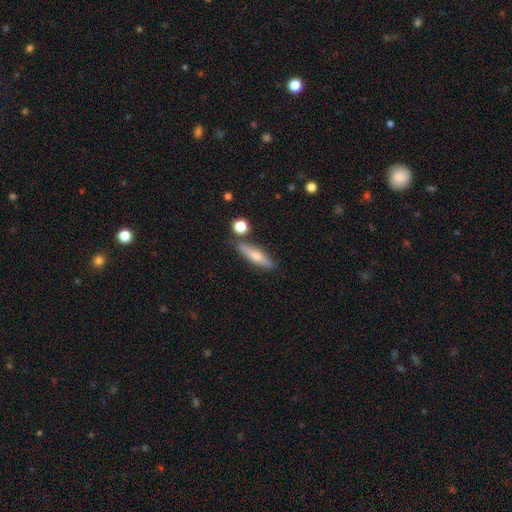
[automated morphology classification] The model was most divided on "smooth or featured": smooth: 54%, featured or disk: 39%, star or artifact: 7%. More confident: merging — none (77%); how rounded — cigar-shaped (71%).